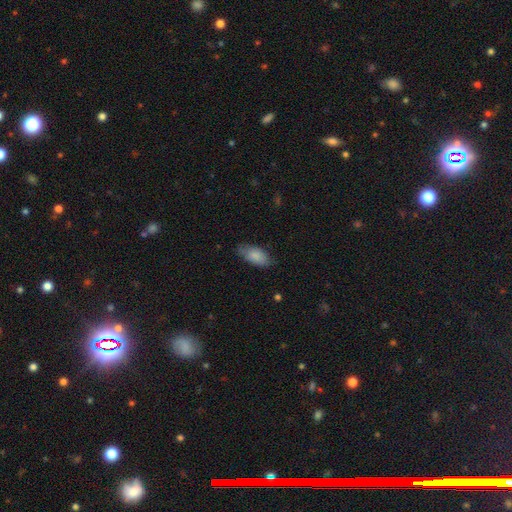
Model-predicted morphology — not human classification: smooth_or_featured: smooth (p=0.84) [alt: featured or disk p=0.10]
how_rounded: in between (p=0.90) [alt: cigar-shaped p=0.08]
merging: none (p=0.74) [alt: minor disturbance p=0.20]